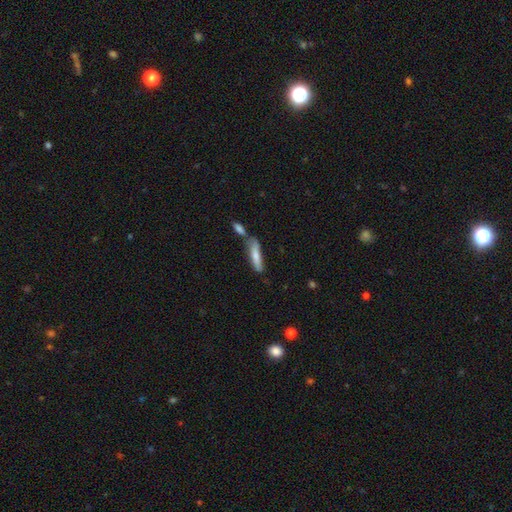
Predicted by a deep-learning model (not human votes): A smooth galaxy with no disk features (68%) that is cigar-shaped (72%).

Vote fractions:
- Smooth or featured? smooth: 68% / featured or disk: 25% / star or artifact: 6%
- How rounded? cigar-shaped: 72% / in between: 27% / round: 2%
- Merging? none: 49% / merger: 30% / minor disturbance: 16% / major disturbance: 5%